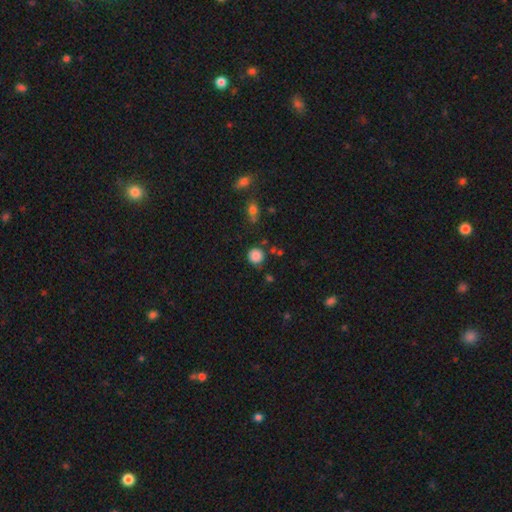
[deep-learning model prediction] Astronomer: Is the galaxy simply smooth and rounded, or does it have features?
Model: smooth — 85%.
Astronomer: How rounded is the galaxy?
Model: round — 92%.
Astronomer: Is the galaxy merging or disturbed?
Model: none — 81%.